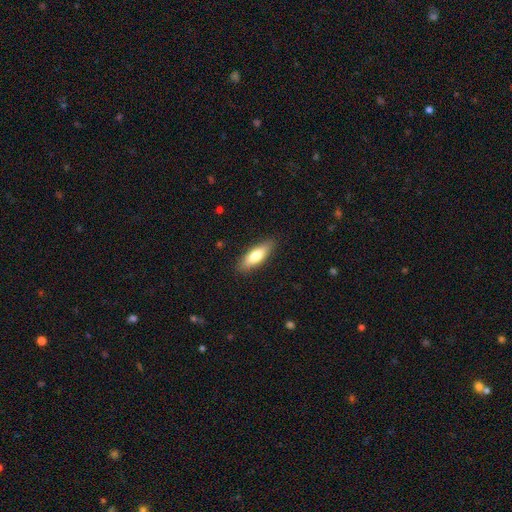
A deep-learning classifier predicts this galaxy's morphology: smooth 74%, featured or disk 20%, star or artifact 6%. Down the decision tree: how rounded — in between (57%); merging — none (86%).